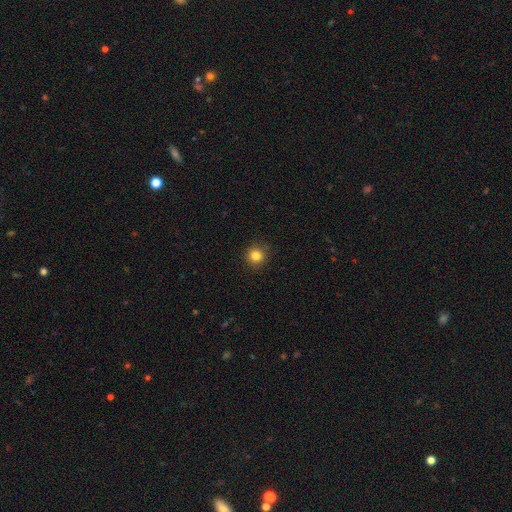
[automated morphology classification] A smooth galaxy with no disk features (83%) that is round (93%).

Vote fractions:
- Smooth or featured? smooth: 83% / star or artifact: 12% / featured or disk: 5%
- How rounded? round: 93% / in between: 6% / cigar-shaped: 1%
- Merging? none: 91% / minor disturbance: 7% / major disturbance: 2% / merger: 1%